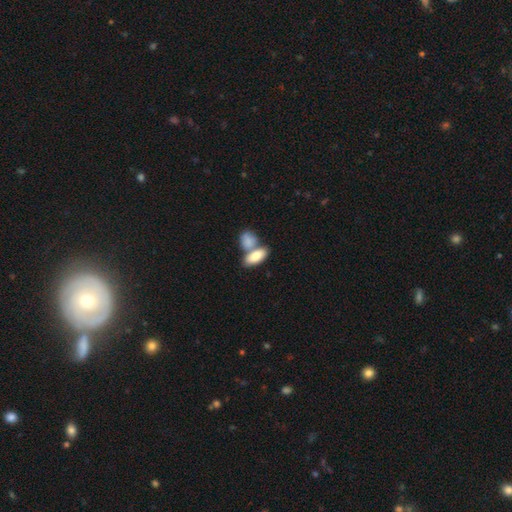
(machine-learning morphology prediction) smooth-or-featured: smooth: 82% | featured or disk: 13% | star or artifact: 6%
  how-rounded: in between: 89% | cigar-shaped: 7% | round: 4%
  merging: merger: 49% | none: 37% | minor disturbance: 10% | major disturbance: 4%